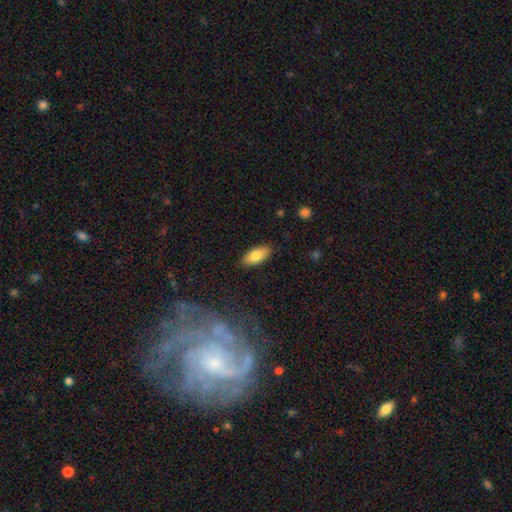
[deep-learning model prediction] Overall: smooth (80%). How rounded: in between (90%). Merging: none (87%).